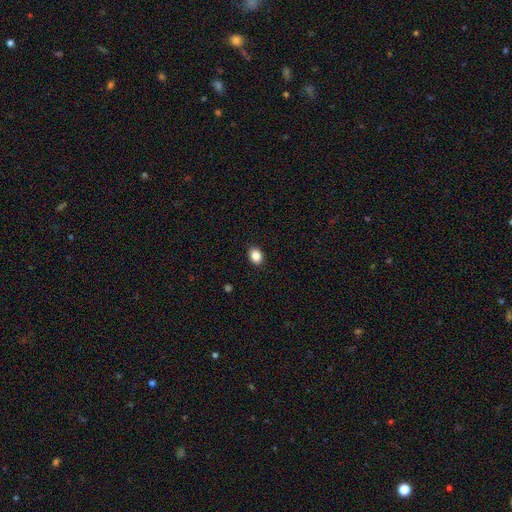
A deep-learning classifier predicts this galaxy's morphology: smooth-or-featured: smooth: 88% | star or artifact: 9% | featured or disk: 3%
  how-rounded: in between: 58% | round: 41% | cigar-shaped: 1%
  merging: none: 90% | minor disturbance: 7% | major disturbance: 2% | merger: 1%